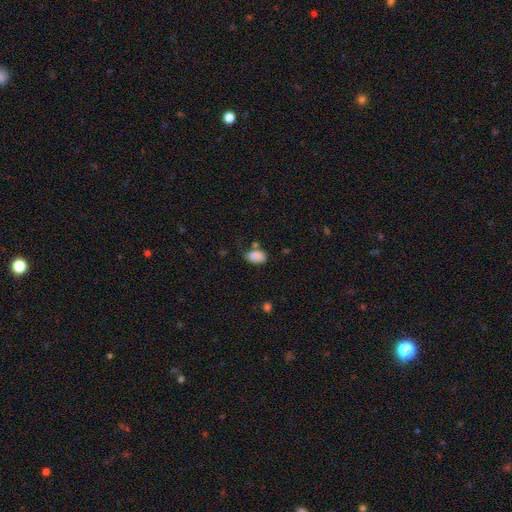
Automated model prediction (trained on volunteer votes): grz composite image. It shows a smooth galaxy with no disk features (83%) that is in between round and cigar-shaped (87%). Merging: none (49%).